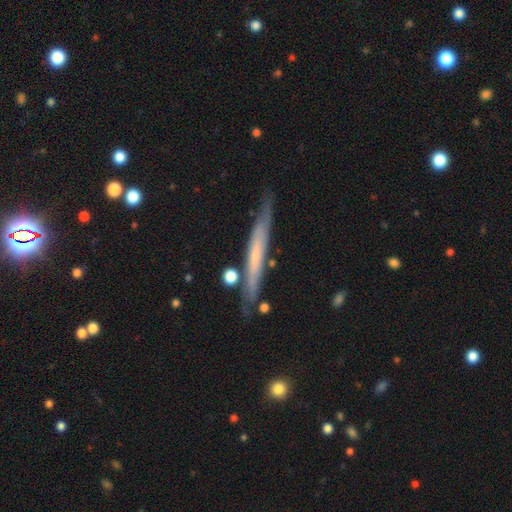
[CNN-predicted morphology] Smooth or featured? featured or disk (53%)
Edge-on disk? yes (89%)
Merging? none (73%)